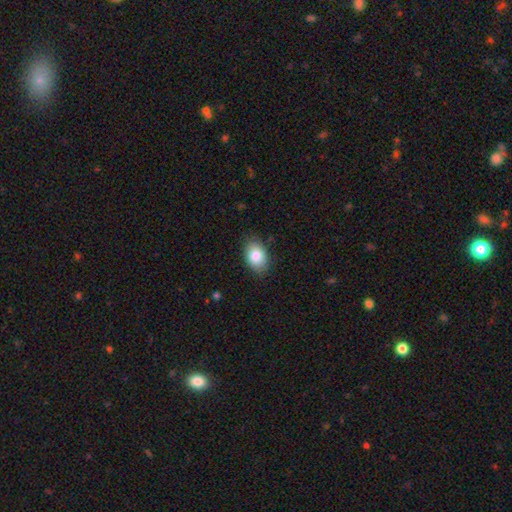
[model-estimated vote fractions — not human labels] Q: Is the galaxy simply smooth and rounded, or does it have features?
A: smooth — 84%.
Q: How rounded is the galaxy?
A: in between — 86%.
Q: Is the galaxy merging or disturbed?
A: none — 83%.